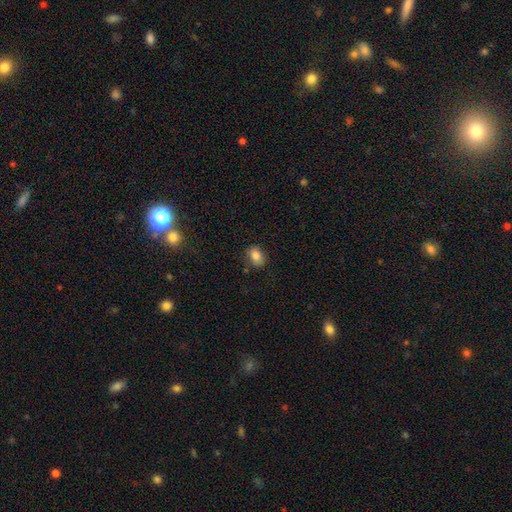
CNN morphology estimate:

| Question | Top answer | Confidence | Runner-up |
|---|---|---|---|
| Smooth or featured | smooth | 82% | star or artifact (10%) |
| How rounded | in between | 67% | round (32%) |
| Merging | none | 81% | minor disturbance (14%) |